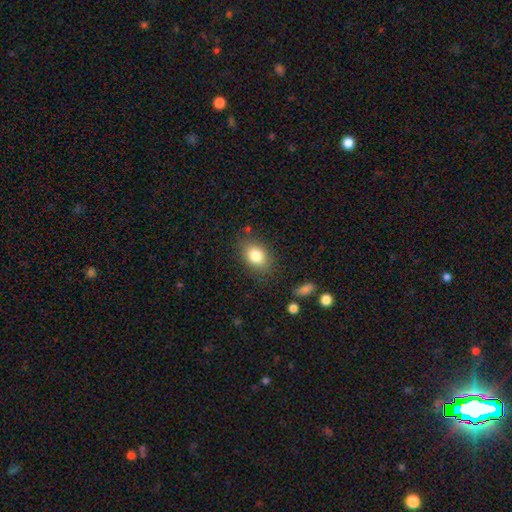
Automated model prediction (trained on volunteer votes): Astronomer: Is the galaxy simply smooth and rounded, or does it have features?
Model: smooth — 82%.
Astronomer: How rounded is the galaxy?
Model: in between — 73%.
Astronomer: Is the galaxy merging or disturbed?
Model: none — 79%.